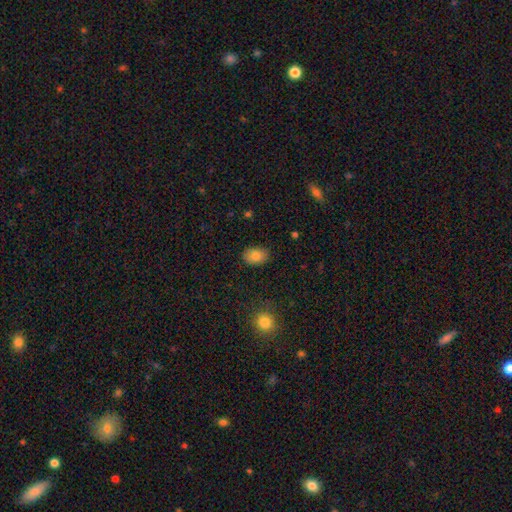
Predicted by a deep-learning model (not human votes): Overall: smooth (84%). How rounded: in between (84%). Merging: none (85%).